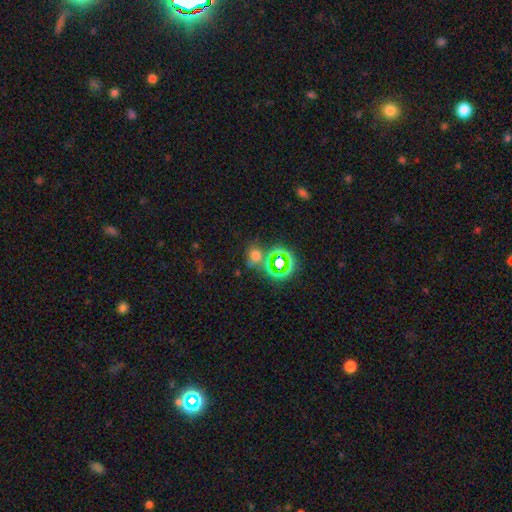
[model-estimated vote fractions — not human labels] This is possibly a smooth galaxy (51%). How rounded: likely round (72%). Merging: likely none (65%).